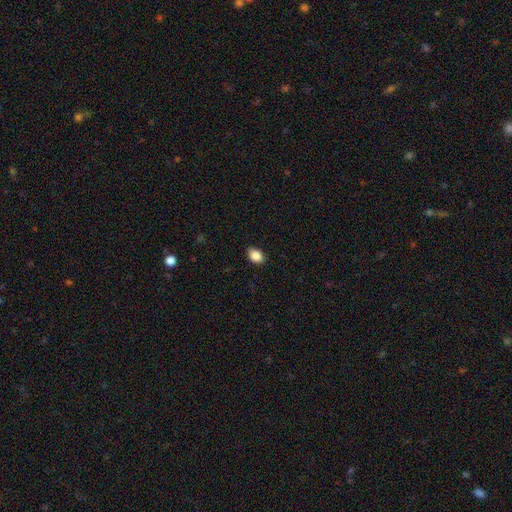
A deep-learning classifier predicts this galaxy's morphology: Smooth or featured? smooth (87%)
How rounded? in between (80%)
Merging? none (83%)